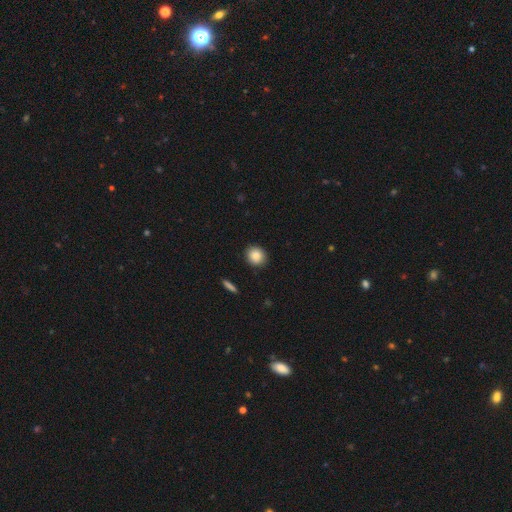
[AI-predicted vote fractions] Morphology: type=smooth (87%); roundness=round (83%); merging=none (89%).